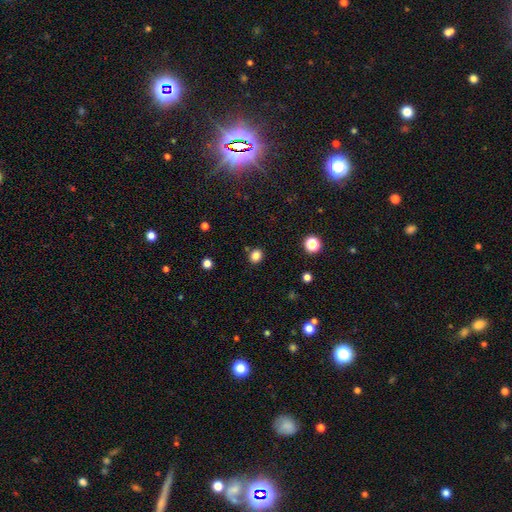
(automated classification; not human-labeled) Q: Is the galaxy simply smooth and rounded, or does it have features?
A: smooth — 83%.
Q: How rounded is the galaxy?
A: round — 70%.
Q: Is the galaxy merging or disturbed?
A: none — 86%.